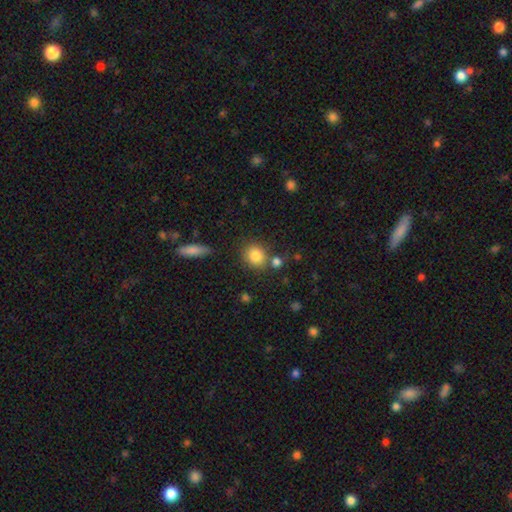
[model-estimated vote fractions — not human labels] This appears to be a smooth galaxy with no disk features (84%) that is round (76%). Merging: none (71%).